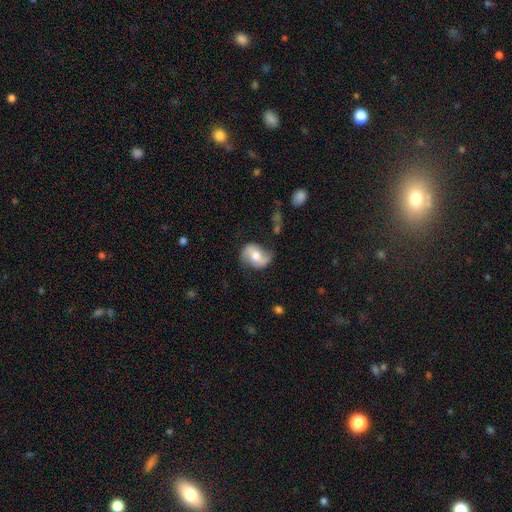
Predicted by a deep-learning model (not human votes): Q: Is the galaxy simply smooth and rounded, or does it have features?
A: featured or disk — 58%.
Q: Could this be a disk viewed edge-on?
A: no — 95%.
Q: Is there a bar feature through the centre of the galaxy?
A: no — 42%.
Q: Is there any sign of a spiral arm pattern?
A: yes — 83%.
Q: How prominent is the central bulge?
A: moderate — 66%.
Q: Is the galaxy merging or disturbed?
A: none — 68%.